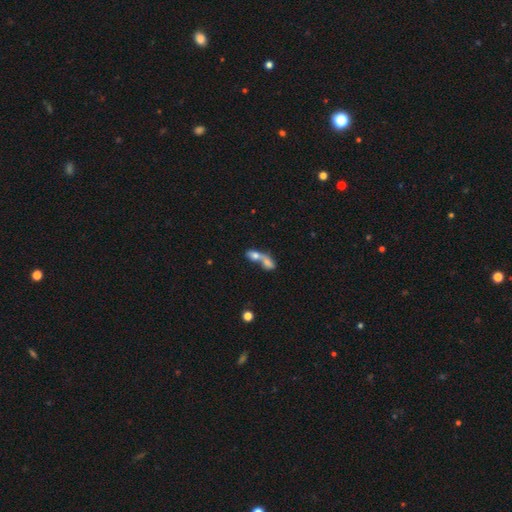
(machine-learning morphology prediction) smooth_or_featured: smooth (p=0.70) [alt: featured or disk p=0.20]
how_rounded: in between (p=0.72) [alt: cigar-shaped p=0.14]
merging: merger (p=0.78) [alt: none p=0.14]